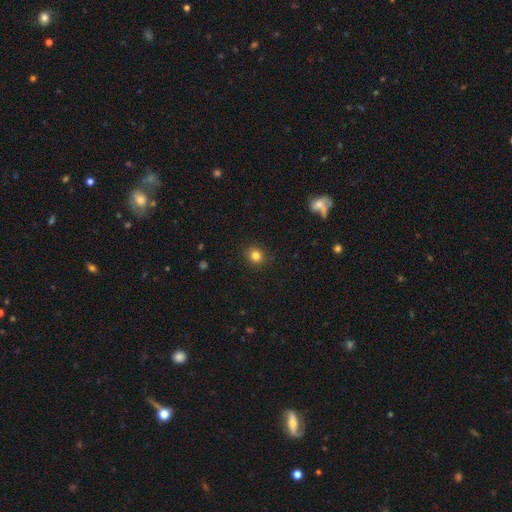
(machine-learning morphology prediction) Smooth or featured? Predicted: smooth (p=0.83). How rounded? Predicted: round (p=0.85). Merging? Predicted: none (p=0.90).